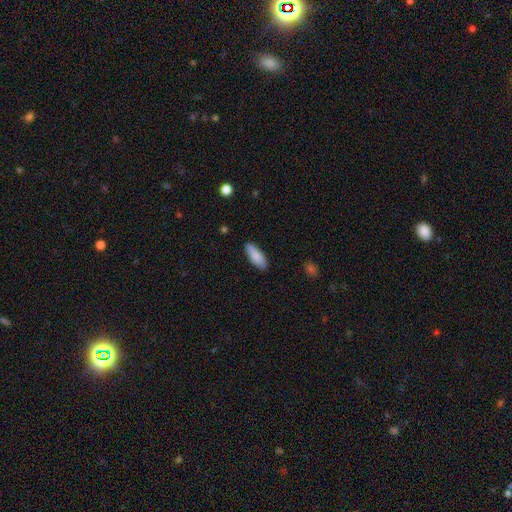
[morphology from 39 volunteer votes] This is clearly a smooth galaxy (90%). How rounded: likely in between (71%). Merging: clearly none (97%).